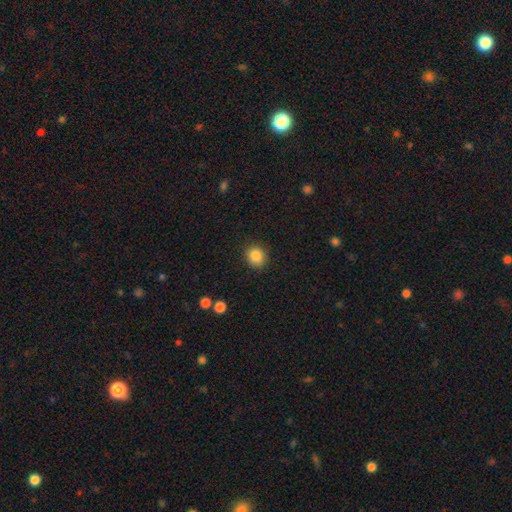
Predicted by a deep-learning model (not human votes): Morphology: type=smooth (86%); roundness=round (79%); merging=none (88%).